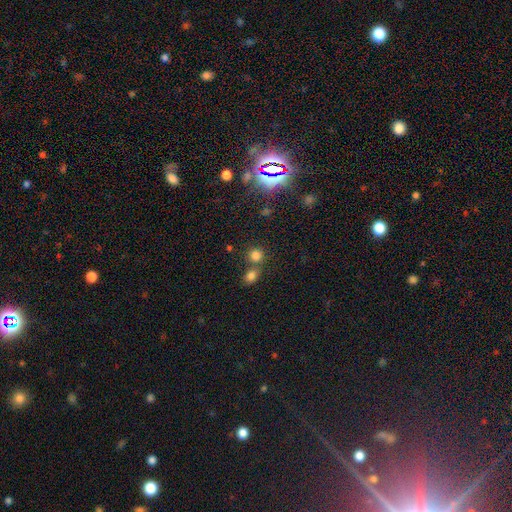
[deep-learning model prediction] Smooth or featured? smooth (76%)
How rounded? round (81%)
Merging? none (57%)